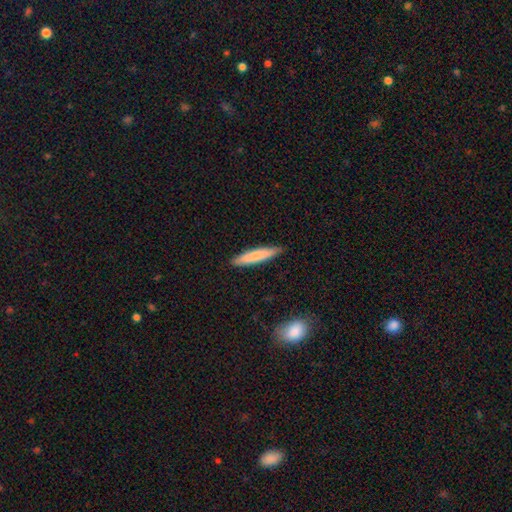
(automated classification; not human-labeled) Q: Smooth or featured?
A: smooth (77%); runner-up: featured or disk (18%)
Q: How rounded?
A: cigar-shaped (90%); runner-up: in between (9%)
Q: Merging?
A: none (89%); runner-up: minor disturbance (8%)